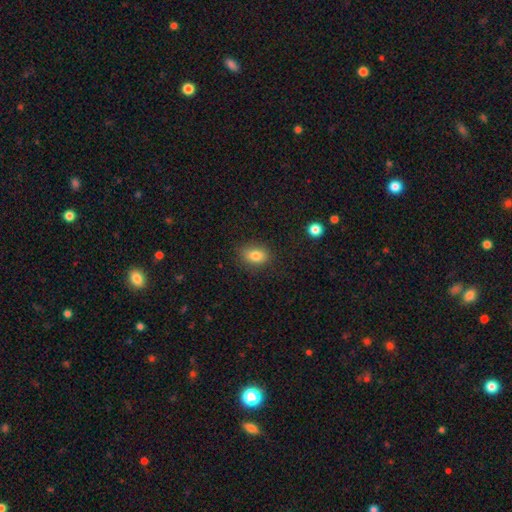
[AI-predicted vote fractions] Smooth or featured: smooth — 82% (star or artifact — 10%)
How rounded: in between — 72% (round — 26%)
Merging: none — 83% (minor disturbance — 13%)